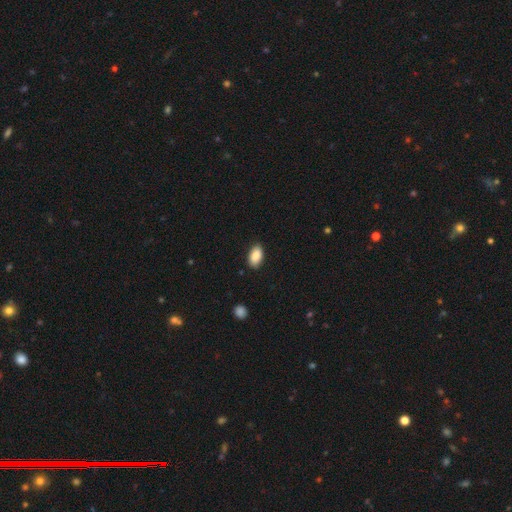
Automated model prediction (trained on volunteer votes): smooth 88%, star or artifact 7%, featured or disk 5%. Down the decision tree: how rounded — in between (94%); merging — none (85%).